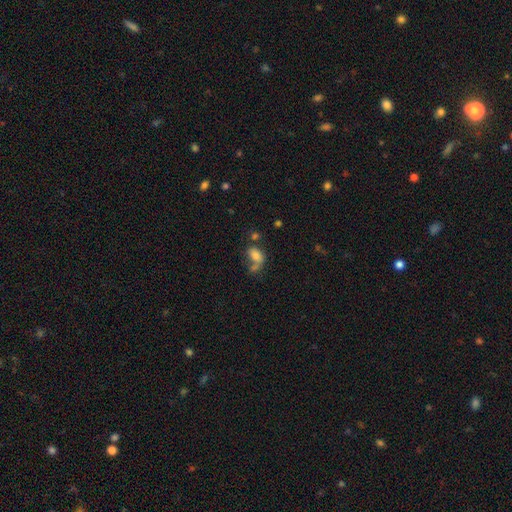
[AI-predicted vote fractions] smooth_or_featured: smooth (p=0.76) [alt: featured or disk p=0.13]
how_rounded: in between (p=0.87) [alt: round p=0.11]
merging: merger (p=0.37) [alt: none p=0.35]